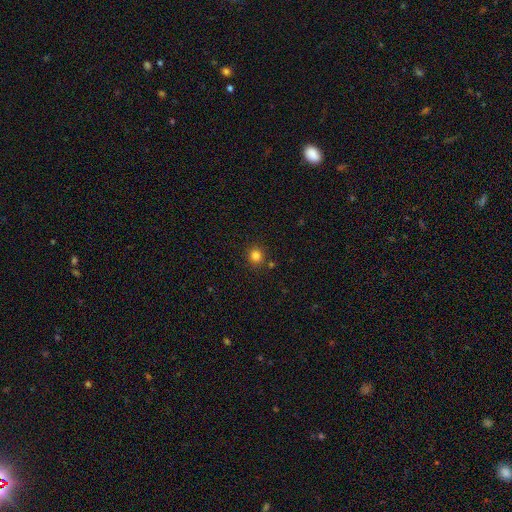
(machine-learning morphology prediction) Smooth or featured: smooth — 82% (star or artifact — 13%)
How rounded: round — 88% (in between — 11%)
Merging: none — 86% (minor disturbance — 7%)